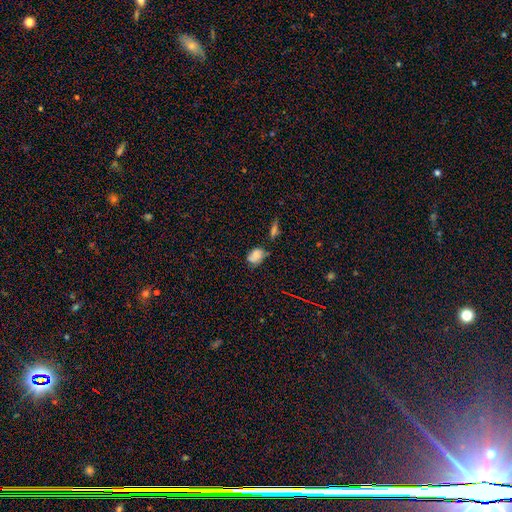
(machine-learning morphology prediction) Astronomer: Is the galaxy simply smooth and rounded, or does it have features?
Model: smooth — 69%.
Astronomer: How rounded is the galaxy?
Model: in between — 72%.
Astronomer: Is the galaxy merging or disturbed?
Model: none — 55%.